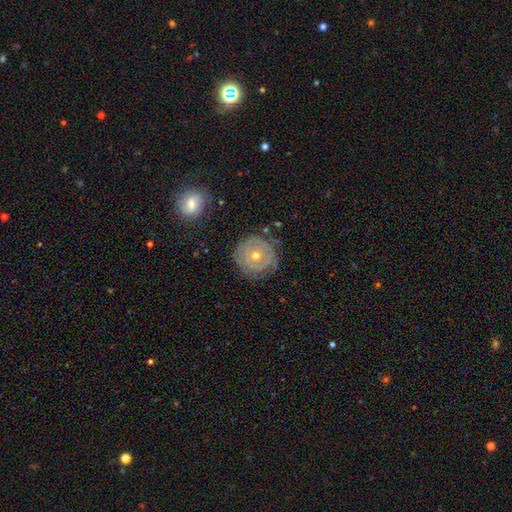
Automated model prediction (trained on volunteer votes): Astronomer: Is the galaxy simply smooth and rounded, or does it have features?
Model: featured or disk — 72%.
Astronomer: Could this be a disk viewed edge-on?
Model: no — 97%.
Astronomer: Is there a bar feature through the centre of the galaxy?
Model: no — 82%.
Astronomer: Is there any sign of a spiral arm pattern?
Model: yes — 75%.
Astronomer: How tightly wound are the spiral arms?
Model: tight — 83%.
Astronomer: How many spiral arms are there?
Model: can't tell — 46% (runner-up: 2, 26%).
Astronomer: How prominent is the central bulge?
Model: moderate — 57% (runner-up: small, 40%).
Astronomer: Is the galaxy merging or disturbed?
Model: none — 79%.